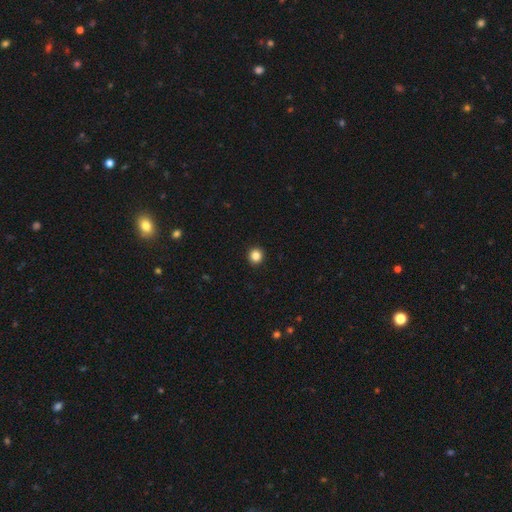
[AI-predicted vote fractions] Smooth or featured? Predicted: smooth (p=0.85). How rounded? Predicted: round (p=0.93). Merging? Predicted: none (p=0.94).